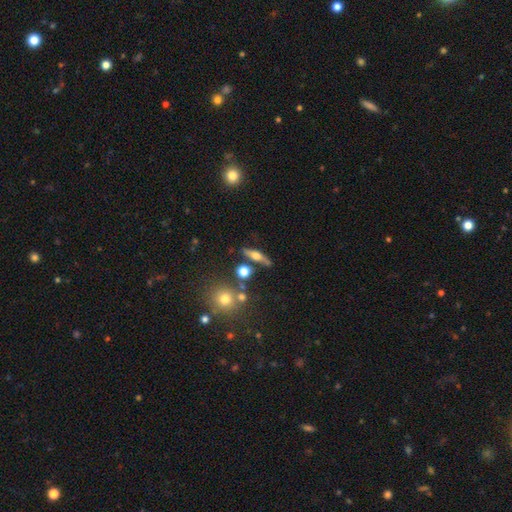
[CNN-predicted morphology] A featured or disk galaxy (59%) viewed edge-on (90%) with a rounded central bulge (93%). Merging: none (76%).